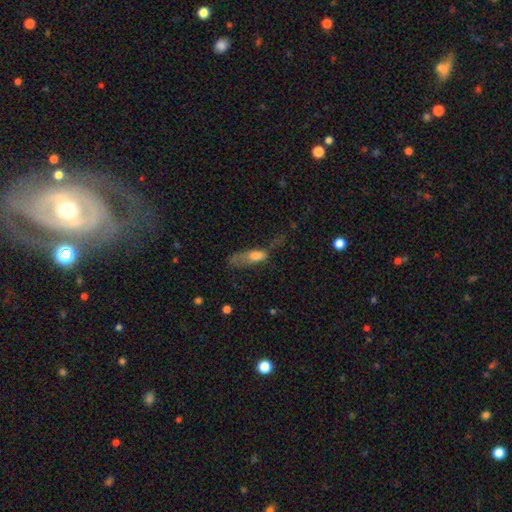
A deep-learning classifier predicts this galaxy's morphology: smooth_or_featured: smooth (p=0.63) [alt: featured or disk p=0.27]
how_rounded: in between (p=0.63) [alt: cigar-shaped p=0.33]
merging: major disturbance (p=0.51) [alt: minor disturbance p=0.22]